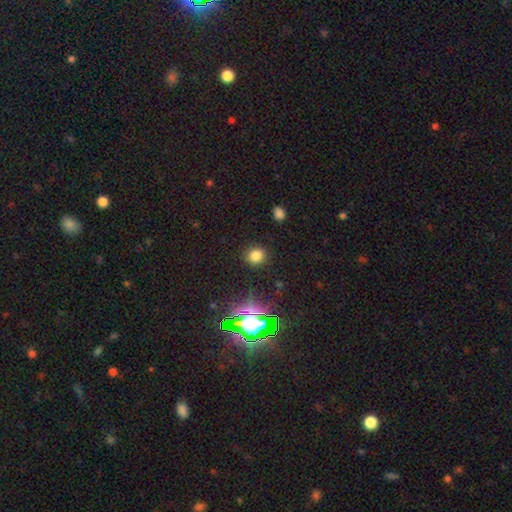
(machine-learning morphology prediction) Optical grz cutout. It shows a smooth galaxy with no disk features (75%) that is round (82%). Merging: none (89%).